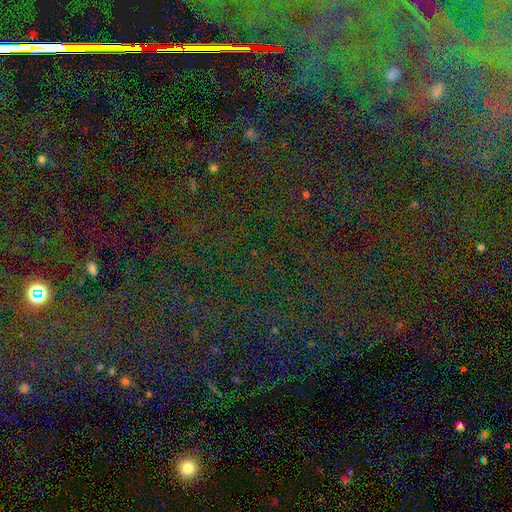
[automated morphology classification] Overall: star or artifact (81%).